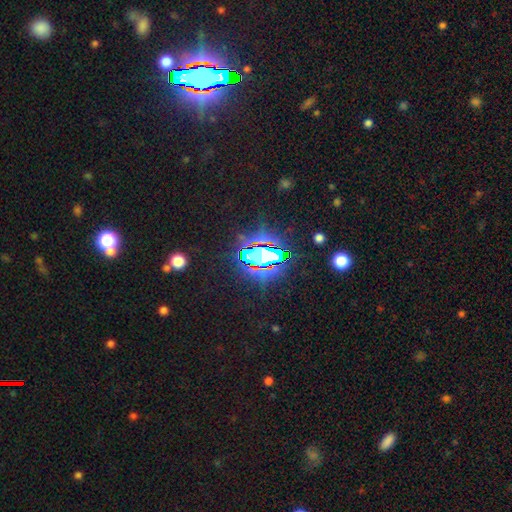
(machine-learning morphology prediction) smooth-or-featured: star or artifact: 82% | smooth: 11% | featured or disk: 7%